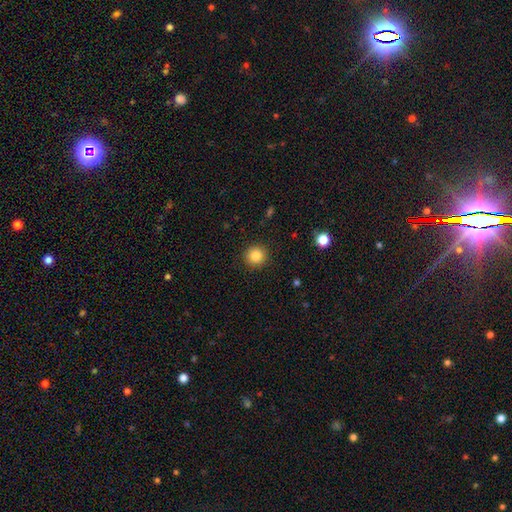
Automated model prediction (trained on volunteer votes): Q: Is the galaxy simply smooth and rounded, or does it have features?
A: smooth — 85%.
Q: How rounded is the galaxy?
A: round — 94%.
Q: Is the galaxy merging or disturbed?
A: none — 92%.